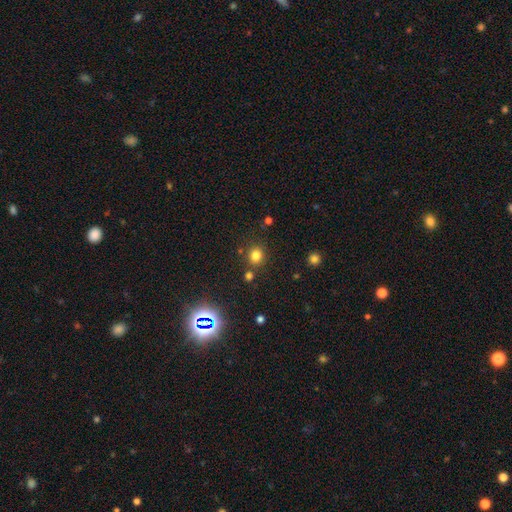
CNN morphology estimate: smooth 77%, star or artifact 17%, featured or disk 6%. Down the decision tree: how rounded — round (82%); merging — none (80%).